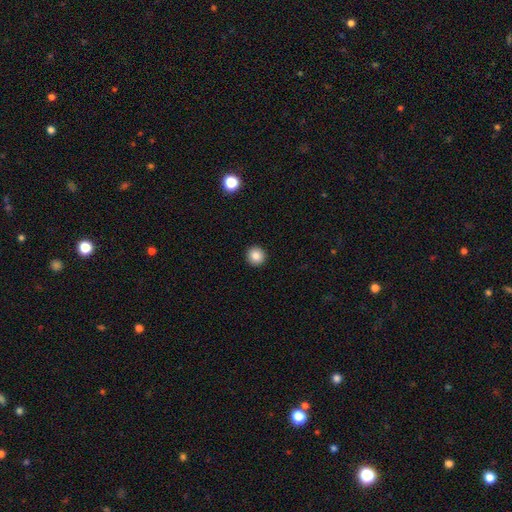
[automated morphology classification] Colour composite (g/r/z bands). It shows a smooth galaxy with no disk features (86%) that is round (94%). Merging: none (93%).